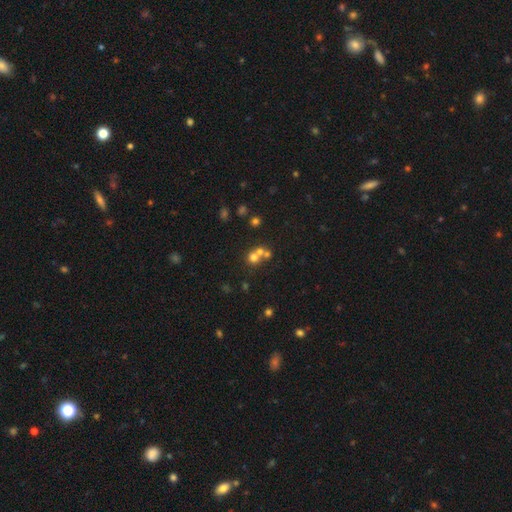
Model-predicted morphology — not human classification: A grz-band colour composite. It shows a smooth galaxy with no disk features (61%) that is round (85%). Merging: merger (49%).